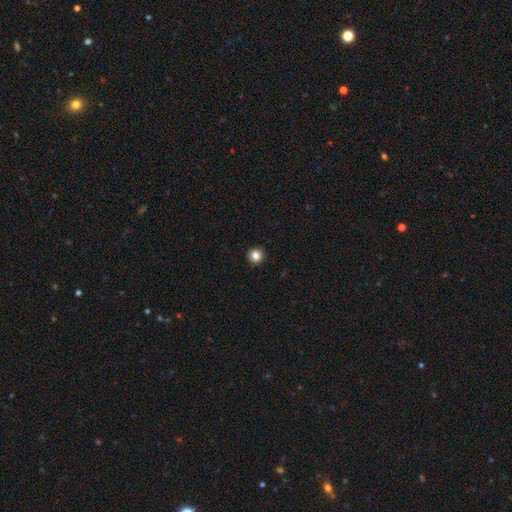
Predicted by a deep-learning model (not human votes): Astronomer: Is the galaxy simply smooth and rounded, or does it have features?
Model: smooth — 84%.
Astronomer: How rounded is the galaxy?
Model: round — 95%.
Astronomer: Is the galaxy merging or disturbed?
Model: none — 93%.